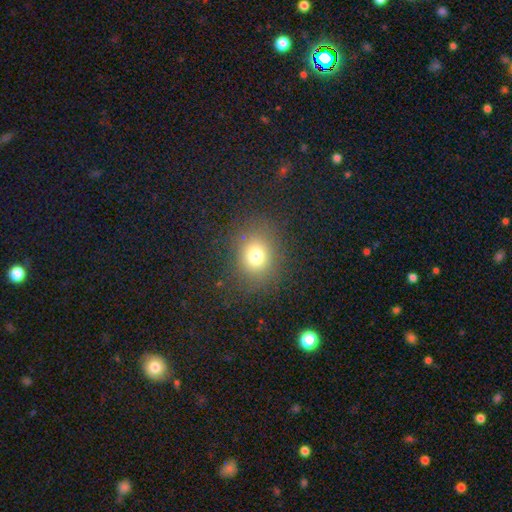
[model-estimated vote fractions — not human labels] Morphology: type=smooth (74%); roundness=round (62%); merging=none (81%).